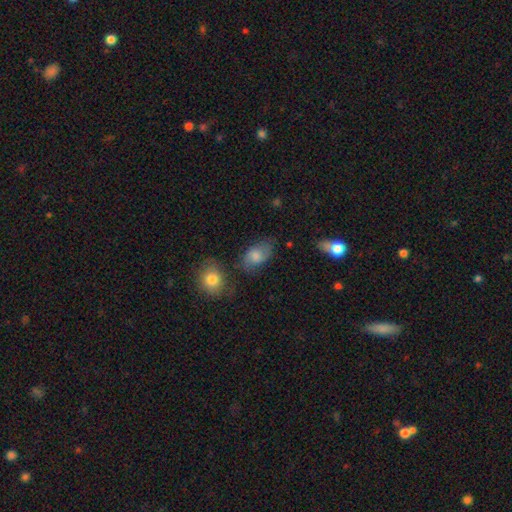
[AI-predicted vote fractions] A smooth galaxy with no disk features (69%) that is in between round and cigar-shaped (86%).

Vote fractions:
- Smooth or featured? smooth: 69% / featured or disk: 22% / star or artifact: 10%
- How rounded? in between: 86% / round: 12% / cigar-shaped: 2%
- Merging? none: 63% / minor disturbance: 23% / major disturbance: 8% / merger: 6%